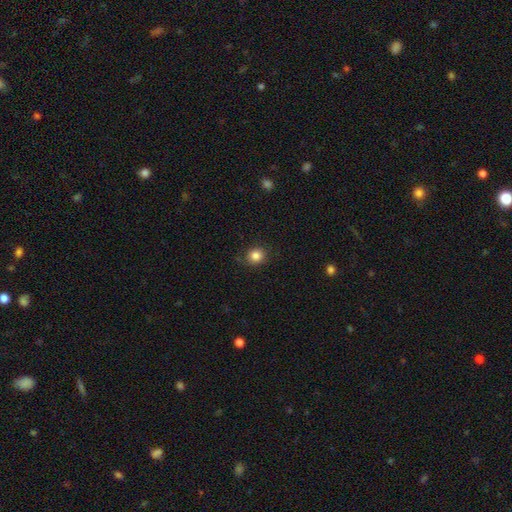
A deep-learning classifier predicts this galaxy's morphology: Smooth or featured? smooth (84%)
How rounded? round (82%)
Merging? none (85%)